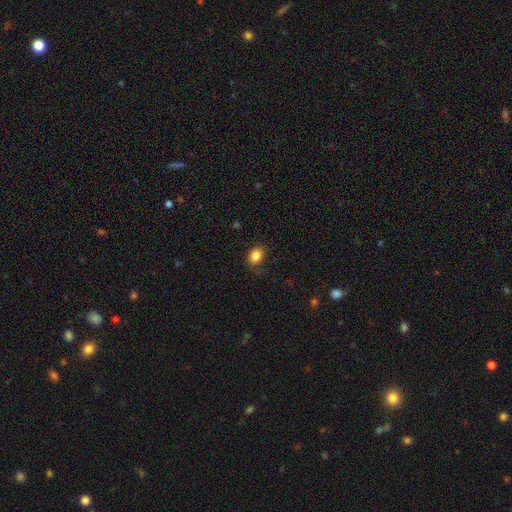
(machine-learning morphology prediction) type=smooth (85%); roundness=in between (60%); merging=none (86%).